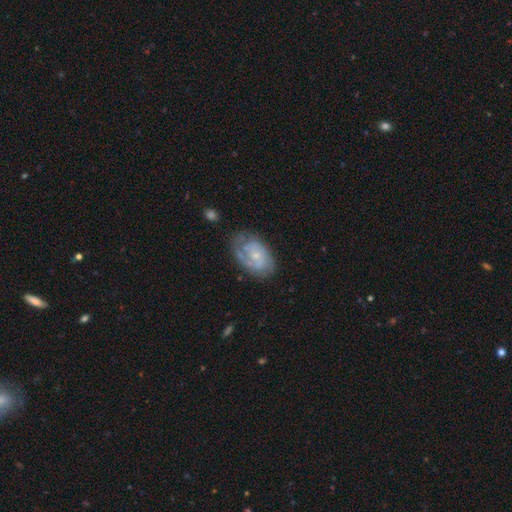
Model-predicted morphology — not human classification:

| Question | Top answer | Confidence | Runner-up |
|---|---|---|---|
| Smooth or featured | featured or disk | 73% | smooth (21%) |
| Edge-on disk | no | 97% | yes (3%) |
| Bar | no | 71% | weak (26%) |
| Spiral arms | yes | 87% | no (13%) |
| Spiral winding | tight | 52% | medium (35%) |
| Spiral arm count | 2 | 43% | can't tell (29%) |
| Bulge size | small | 68% | moderate (25%) |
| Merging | none | 63% | minor disturbance (24%) |